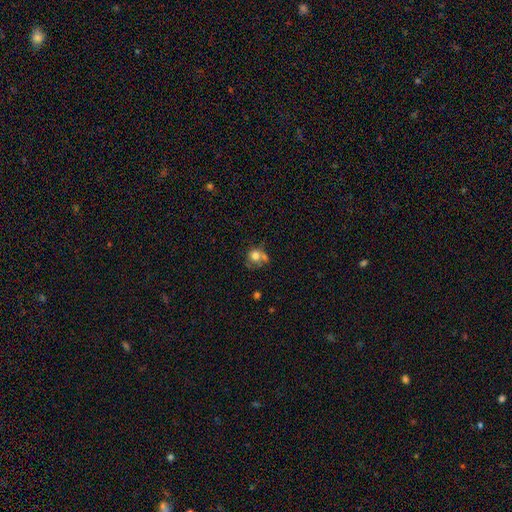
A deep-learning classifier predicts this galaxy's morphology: This is likely a smooth galaxy (74%). How rounded: clearly round (82%). Merging: marginally none (44%).